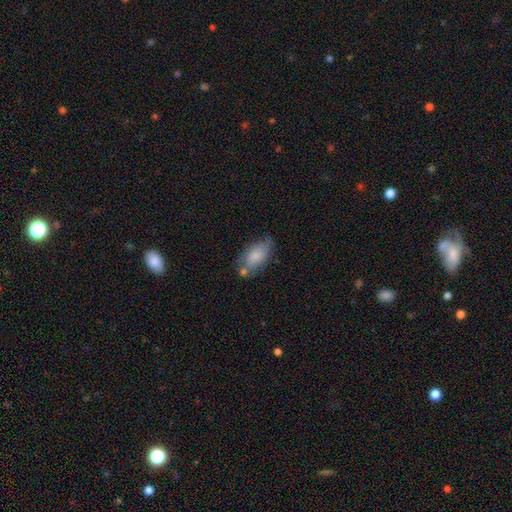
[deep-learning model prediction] Smooth or featured?
  - smooth: 70% *
  - featured or disk: 23%
  - star or artifact: 7%
How rounded?
  - in between: 90% *
  - cigar-shaped: 6%
  - round: 4%
Merging?
  - none: 53% *
  - minor disturbance: 25%
  - merger: 14%
  - major disturbance: 7%